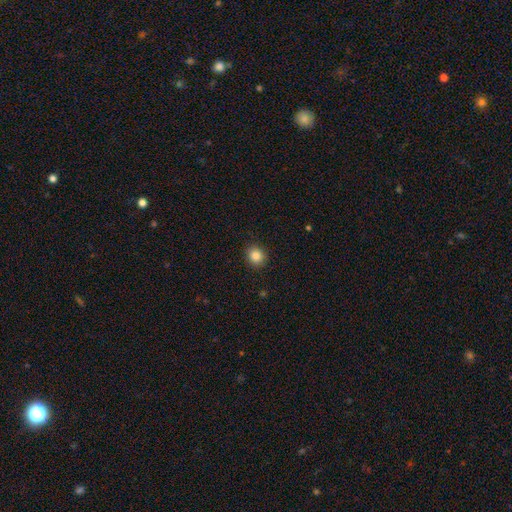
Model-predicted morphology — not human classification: smooth 86%, star or artifact 10%, featured or disk 4%. Down the decision tree: how rounded — round (82%); merging — none (90%).